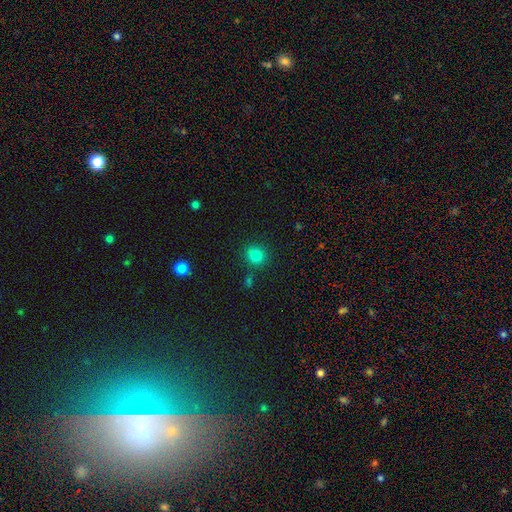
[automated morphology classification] The model was most divided on "smooth or featured": smooth: 81%, star or artifact: 13%, featured or disk: 6%. More confident: how rounded — round (88%); merging — none (83%).